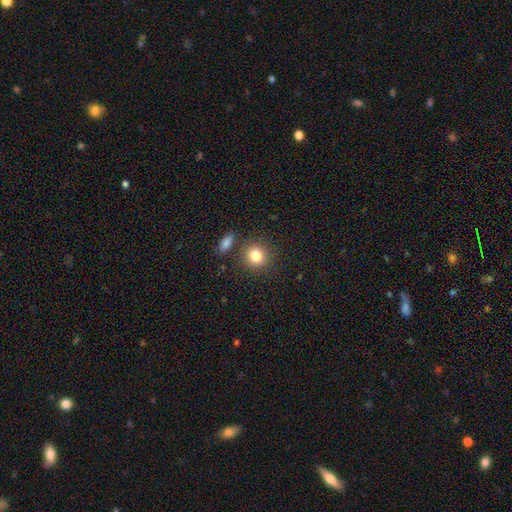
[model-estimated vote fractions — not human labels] This appears to be a smooth galaxy with no disk features (83%) that is round (85%). Merging: none (82%).